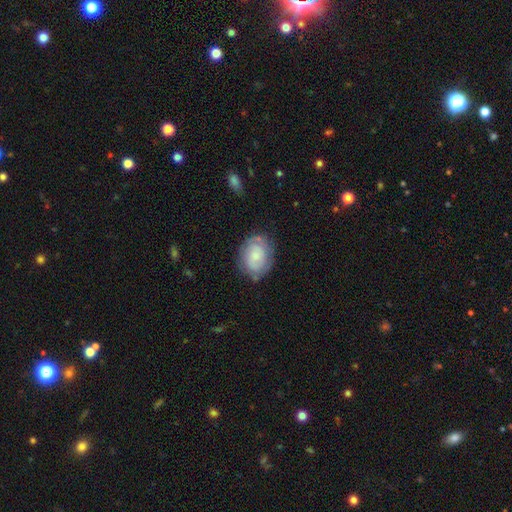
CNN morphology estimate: Smooth or featured? Predicted: smooth (p=0.53). How rounded? Predicted: in between (p=0.73). Merging? Predicted: none (p=0.70).